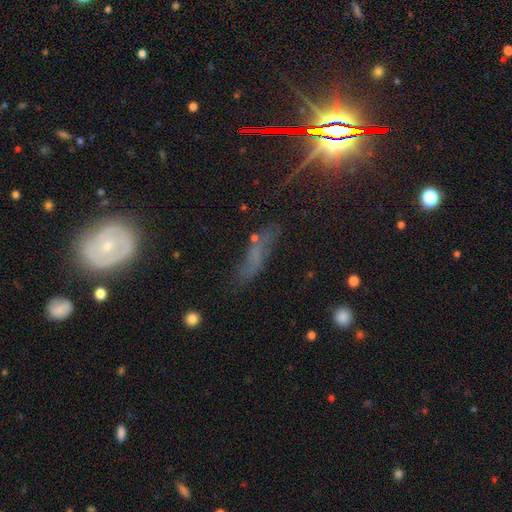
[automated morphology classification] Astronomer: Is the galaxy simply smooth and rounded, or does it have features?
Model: featured or disk — 35% (runner-up: star or artifact, 34%).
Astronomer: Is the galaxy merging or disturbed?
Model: none — 58%.